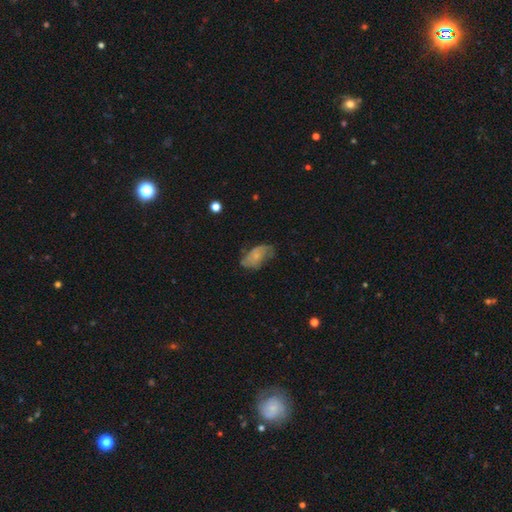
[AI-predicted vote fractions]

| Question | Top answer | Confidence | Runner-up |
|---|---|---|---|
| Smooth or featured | smooth | 50% | featured or disk (42%) |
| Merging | none | 49% | minor disturbance (33%) |